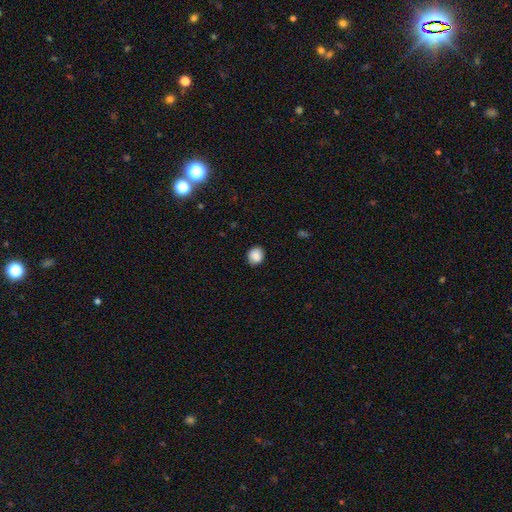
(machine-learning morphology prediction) Smooth or featured?
  - smooth: 88% *
  - star or artifact: 9%
  - featured or disk: 4%
How rounded?
  - round: 76% *
  - in between: 23%
  - cigar-shaped: 1%
Merging?
  - none: 86% *
  - minor disturbance: 11%
  - major disturbance: 2%
  - merger: 1%